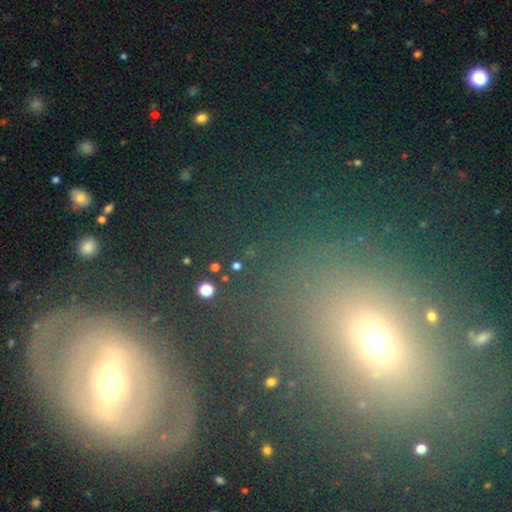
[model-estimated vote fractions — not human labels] Smooth or featured? Predicted: star or artifact (p=0.40).